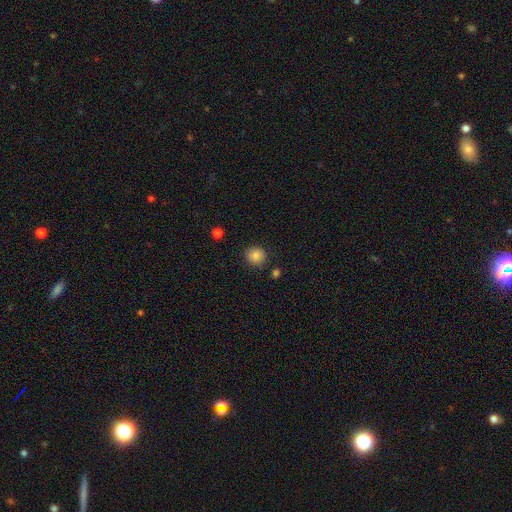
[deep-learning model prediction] This appears to be a smooth galaxy with no disk features (86%) that is round (91%). Merging: none (87%).